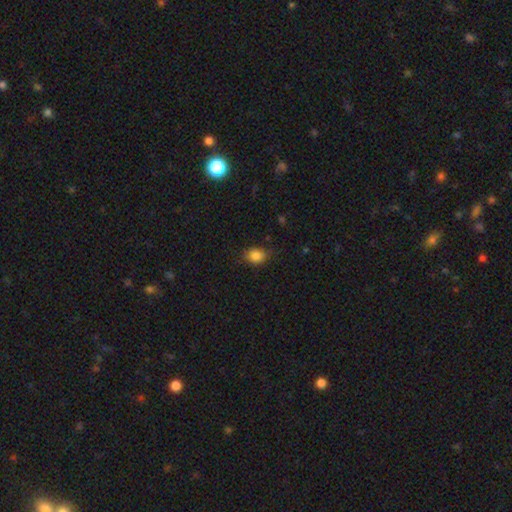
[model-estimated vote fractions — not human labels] Smooth or featured?
  - smooth: 85% *
  - star or artifact: 10%
  - featured or disk: 5%
How rounded?
  - in between: 50% *
  - round: 49%
  - cigar-shaped: 1%
Merging?
  - none: 75% *
  - minor disturbance: 20%
  - major disturbance: 4%
  - merger: 1%